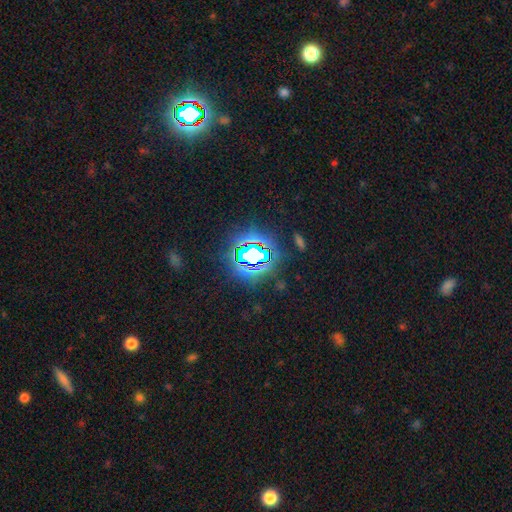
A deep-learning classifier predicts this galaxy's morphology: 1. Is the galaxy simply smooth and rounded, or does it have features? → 80% star or artifact, 12% smooth, 8% featured or disk.